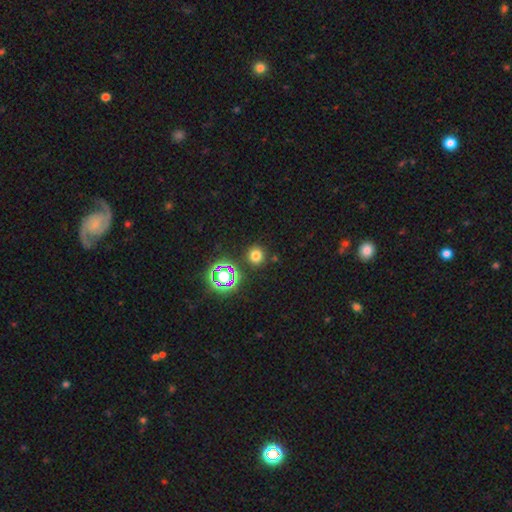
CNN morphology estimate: This appears to be a smooth galaxy with no disk features (69%) that is round (91%). Merging: none (86%).